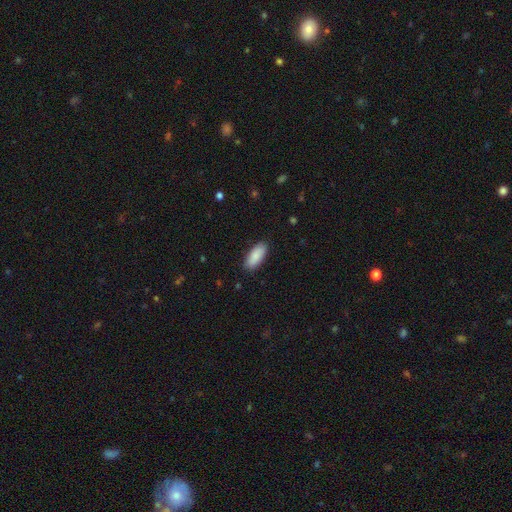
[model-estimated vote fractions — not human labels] Smooth or featured: smooth — 89% (star or artifact — 6%)
How rounded: in between — 83% (cigar-shaped — 15%)
Merging: none — 89% (minor disturbance — 8%)